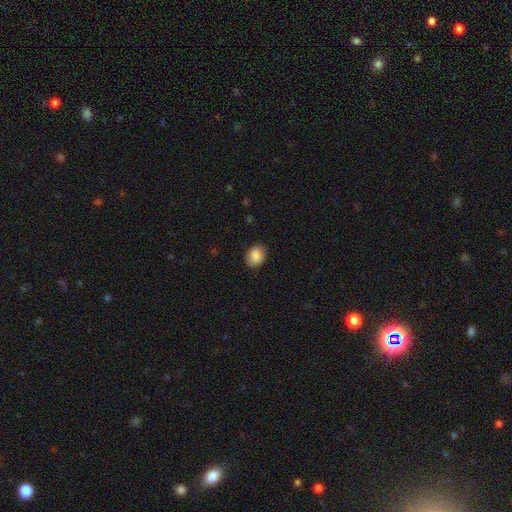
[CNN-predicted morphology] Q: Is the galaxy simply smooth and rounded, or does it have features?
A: smooth — 87%.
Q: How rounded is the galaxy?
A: in between — 57%.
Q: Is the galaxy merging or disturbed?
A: none — 84%.